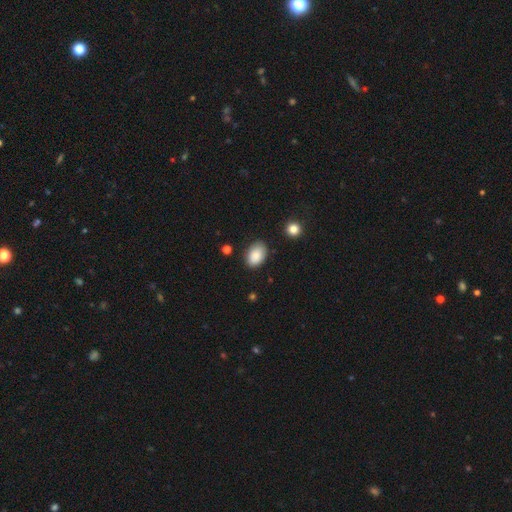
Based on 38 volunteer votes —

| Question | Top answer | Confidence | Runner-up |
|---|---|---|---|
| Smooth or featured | smooth | 76% | star or artifact (13%) |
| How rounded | in between | 93% | round (7%) |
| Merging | none | 85% | minor disturbance (15%) |